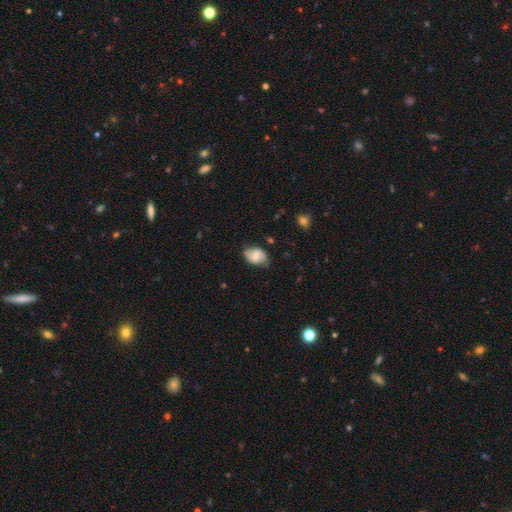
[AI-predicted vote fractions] The model was most divided on "smooth or featured": smooth: 59%, featured or disk: 33%, star or artifact: 8%. More confident: how rounded — in between (74%); merging — none (69%).